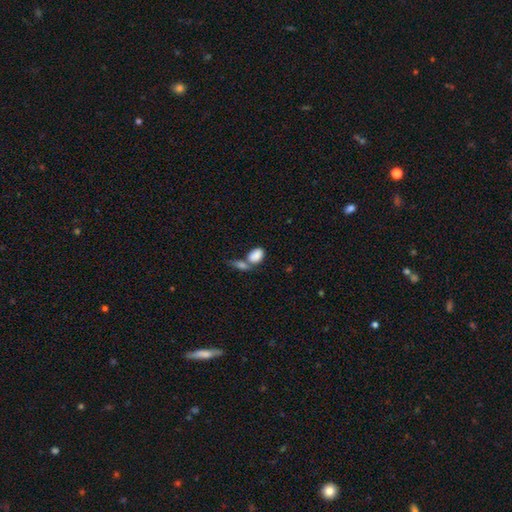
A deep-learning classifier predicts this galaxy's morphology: type=smooth (85%); roundness=in between (88%); merging=merger (54%).